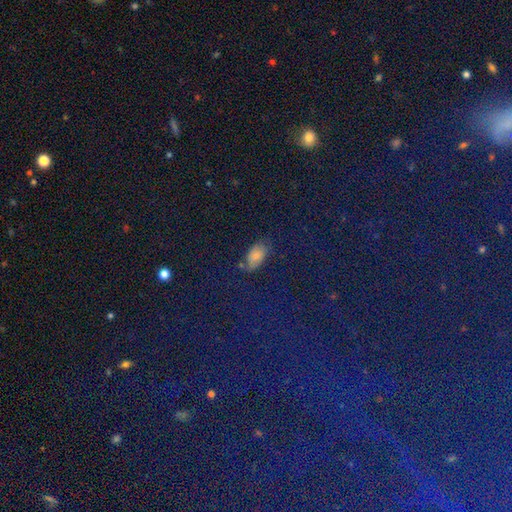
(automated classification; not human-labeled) A smooth galaxy with no disk features (55%) that is in between round and cigar-shaped (84%).

Vote fractions:
- Smooth or featured? smooth: 55% / star or artifact: 36% / featured or disk: 9%
- How rounded? in between: 84% / round: 8% / cigar-shaped: 7%
- Merging? none: 82% / minor disturbance: 10% / major disturbance: 4% / merger: 3%